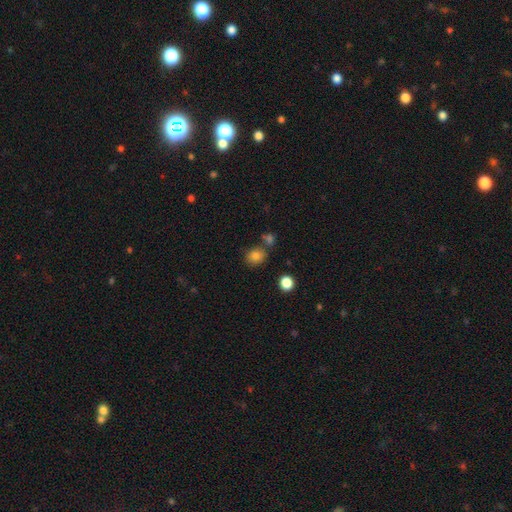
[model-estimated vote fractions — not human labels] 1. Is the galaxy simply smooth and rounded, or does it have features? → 81% smooth, 12% star or artifact, 6% featured or disk.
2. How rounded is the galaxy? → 62% round, 37% in between, 1% cigar-shaped.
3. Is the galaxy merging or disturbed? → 70% none, 15% merger, 12% minor disturbance, 4% major disturbance.